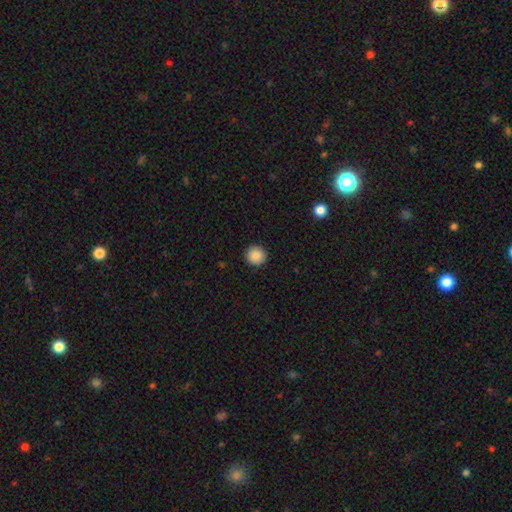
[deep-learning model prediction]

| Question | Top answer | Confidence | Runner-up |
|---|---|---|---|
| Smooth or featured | smooth | 87% | star or artifact (8%) |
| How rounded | round | 95% | in between (4%) |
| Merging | none | 93% | minor disturbance (5%) |